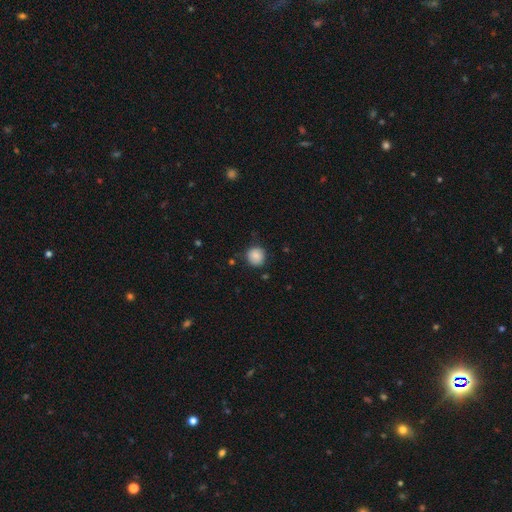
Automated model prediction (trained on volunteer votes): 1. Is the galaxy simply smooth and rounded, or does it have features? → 85% smooth, 9% star or artifact, 6% featured or disk.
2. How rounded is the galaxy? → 90% round, 9% in between, 1% cigar-shaped.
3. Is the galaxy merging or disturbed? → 80% none, 15% minor disturbance, 3% major disturbance, 2% merger.